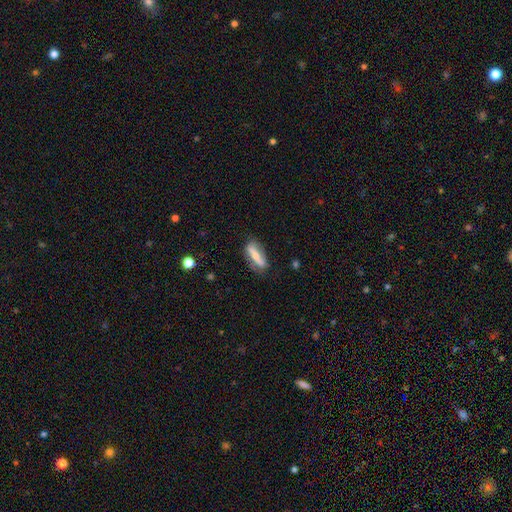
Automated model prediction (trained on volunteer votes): Smooth or featured?
  - featured or disk: 47% *
  - smooth: 46%
  - star or artifact: 7%
Merging?
  - none: 71% *
  - minor disturbance: 20%
  - major disturbance: 6%
  - merger: 2%